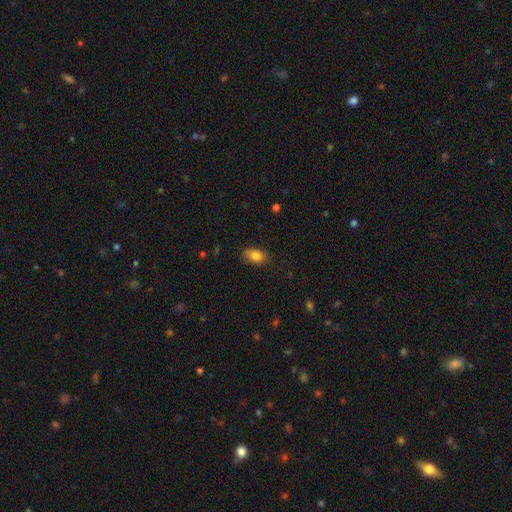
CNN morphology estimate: This appears to be a smooth galaxy with no disk features (83%) that is in between round and cigar-shaped (83%). Merging: none (76%).